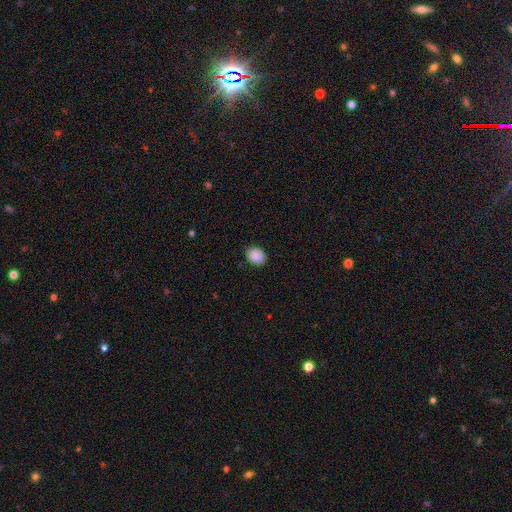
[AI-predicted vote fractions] This appears to be a smooth galaxy with no disk features (89%) that is round (51%). Merging: none (87%).